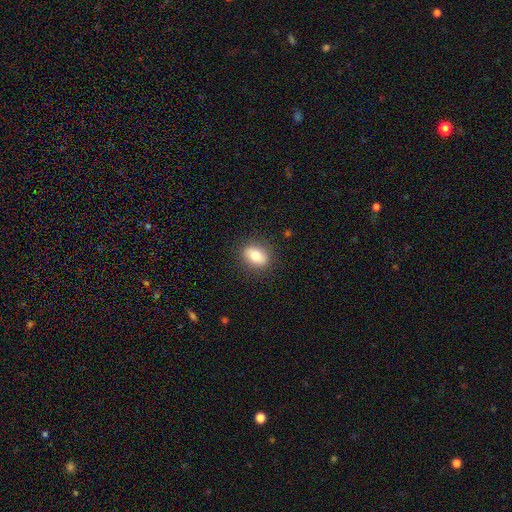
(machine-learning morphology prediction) Smooth or featured? Predicted: smooth (p=0.79). How rounded? Predicted: in between (p=0.72). Merging? Predicted: none (p=0.86).